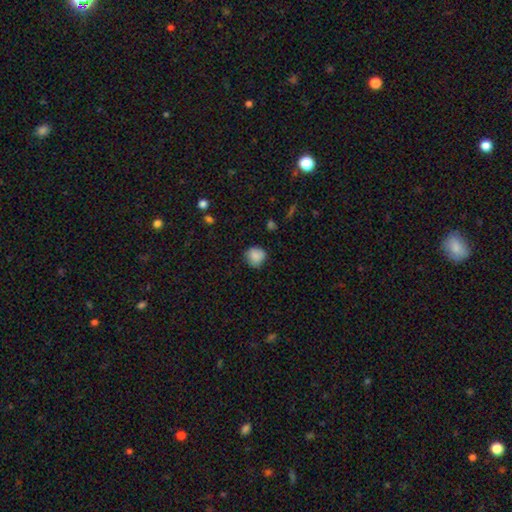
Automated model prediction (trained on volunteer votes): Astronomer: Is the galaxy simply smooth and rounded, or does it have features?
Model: smooth — 85%.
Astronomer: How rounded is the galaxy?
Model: round — 88%.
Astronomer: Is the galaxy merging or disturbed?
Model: none — 78%.